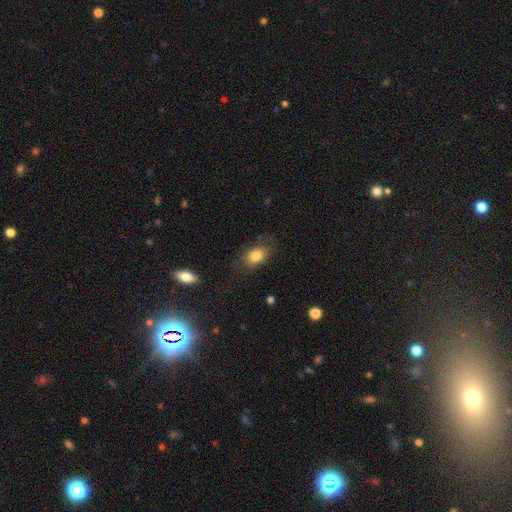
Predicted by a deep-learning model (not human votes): Smooth or featured? Predicted: smooth (p=0.82). How rounded? Predicted: in between (p=0.83). Merging? Predicted: none (p=0.74).